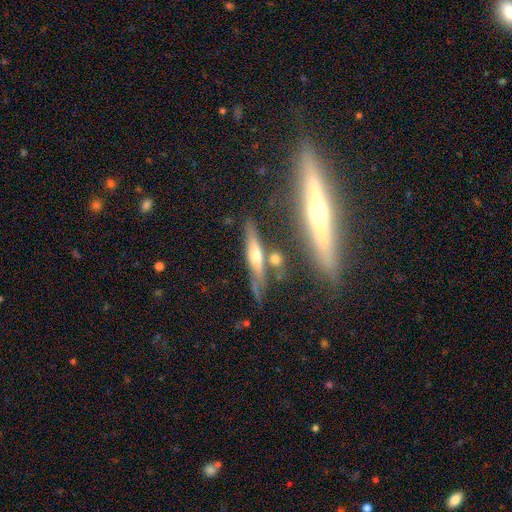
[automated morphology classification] Smooth or featured?
  - featured or disk: 58% *
  - smooth: 33%
  - star or artifact: 9%
Edge-on disk?
  - yes: 89% *
  - no: 11%
Edge-on bulge?
  - rounded: 78% *
  - boxy: 11%
  - none: 11%
Merging?
  - none: 69% *
  - minor disturbance: 14%
  - merger: 12%
  - major disturbance: 5%